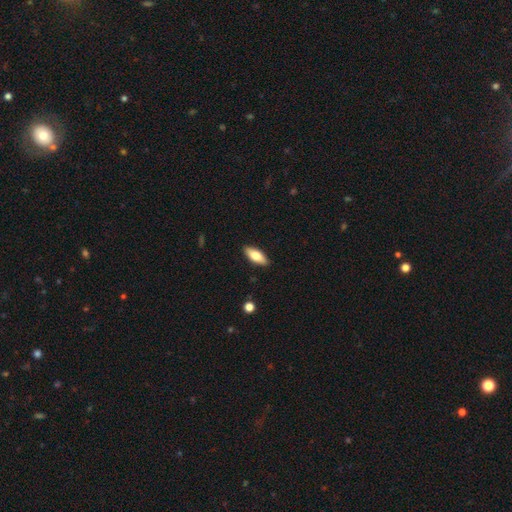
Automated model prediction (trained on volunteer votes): Morphology: type=smooth (73%); roundness=in between (78%); merging=none (89%).